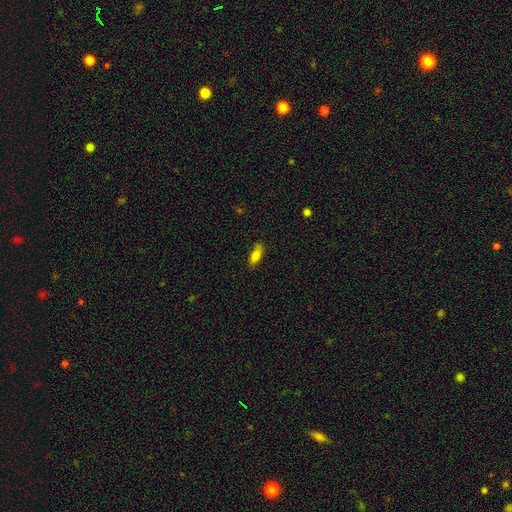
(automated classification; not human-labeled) Overall: smooth (79%). How rounded: in between (67%; cigar-shaped 30%). Merging: none (76%).